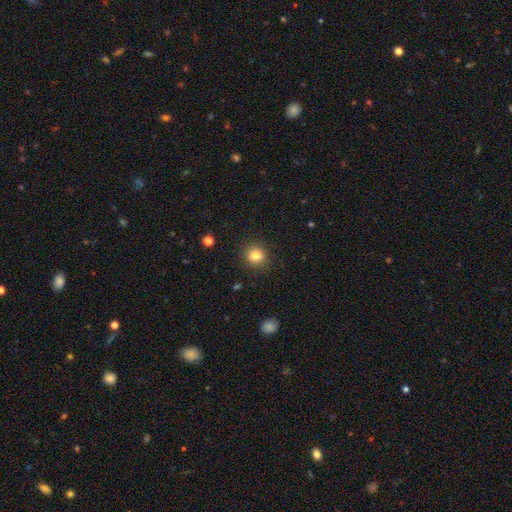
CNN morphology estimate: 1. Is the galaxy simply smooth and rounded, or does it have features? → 83% smooth, 11% star or artifact, 6% featured or disk.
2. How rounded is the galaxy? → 90% round, 10% in between, 1% cigar-shaped.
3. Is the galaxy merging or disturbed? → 90% none, 6% minor disturbance, 2% major disturbance, 1% merger.